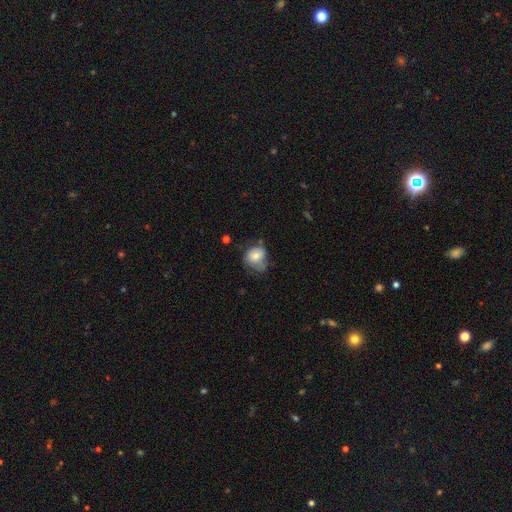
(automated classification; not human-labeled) Smooth or featured? smooth (70%)
How rounded? round (64%)
Merging? none (44%)